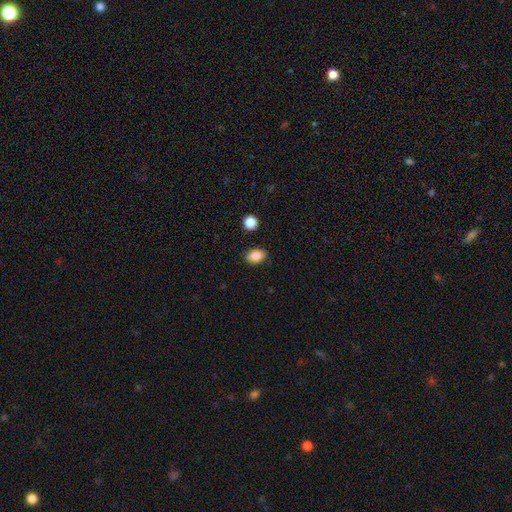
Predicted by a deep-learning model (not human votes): Overall: smooth (86%). How rounded: in between (80%). Merging: none (85%).